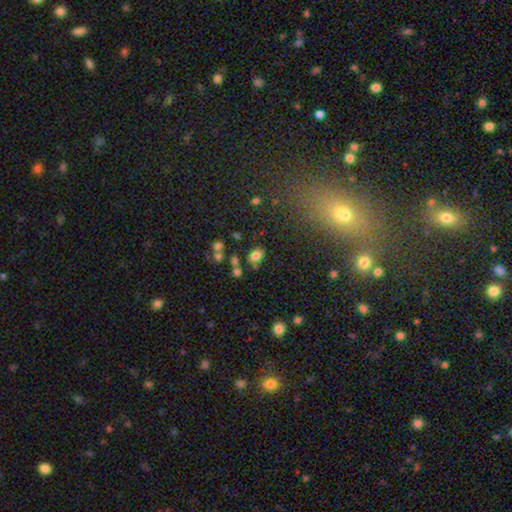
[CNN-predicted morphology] A smooth galaxy with no disk features (79%) that is in between round and cigar-shaped (77%). Merging: none (72%).